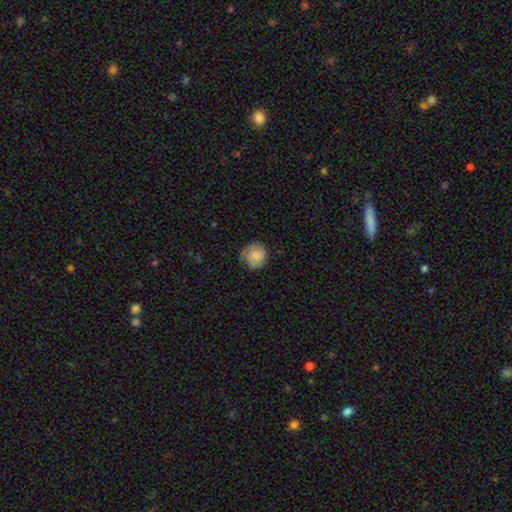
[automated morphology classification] Smooth or featured? smooth (69%)
How rounded? round (87%)
Merging? none (68%)